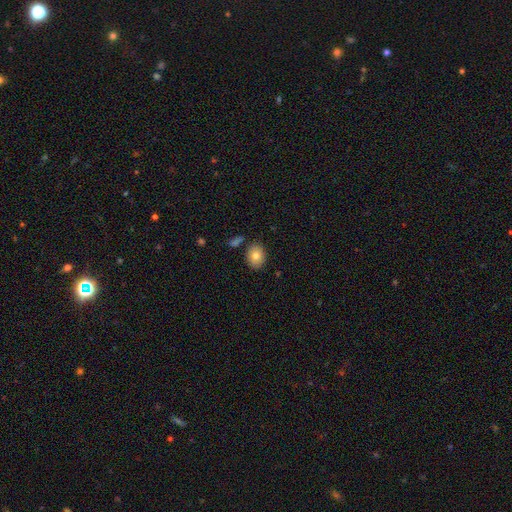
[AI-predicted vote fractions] Q: Smooth or featured?
A: smooth (80%); runner-up: featured or disk (12%)
Q: How rounded?
A: in between (63%); runner-up: round (36%)
Q: Merging?
A: none (82%); runner-up: minor disturbance (11%)